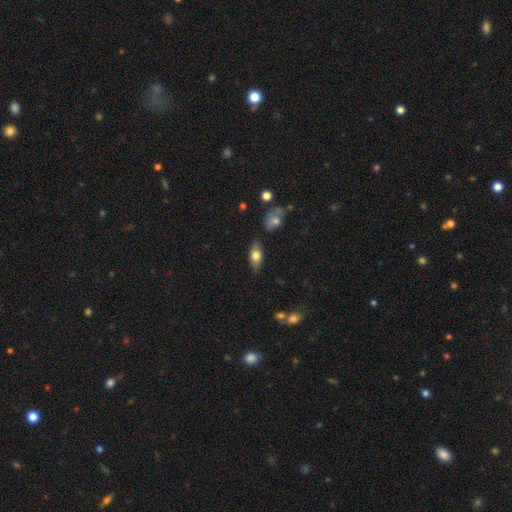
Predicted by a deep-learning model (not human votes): smooth 66%, featured or disk 27%, star or artifact 7%. Down the decision tree: how rounded — in between (82%); merging — none (80%).